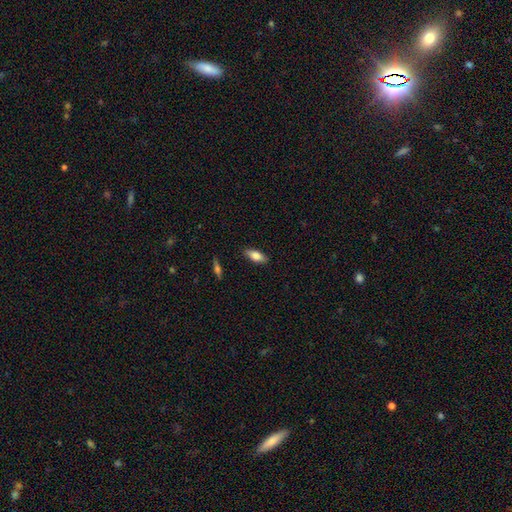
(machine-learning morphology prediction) Smooth or featured?
  - smooth: 76% *
  - featured or disk: 18%
  - star or artifact: 7%
How rounded?
  - in between: 76% *
  - cigar-shaped: 22%
  - round: 2%
Merging?
  - none: 86% *
  - minor disturbance: 11%
  - major disturbance: 2%
  - merger: 1%